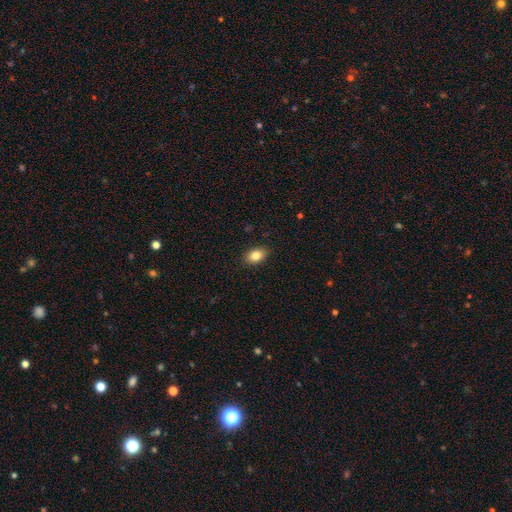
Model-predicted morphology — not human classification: A smooth galaxy with no disk features (84%) that is in between round and cigar-shaped (86%).

Vote fractions:
- Smooth or featured? smooth: 84% / star or artifact: 8% / featured or disk: 7%
- How rounded? in between: 86% / round: 13% / cigar-shaped: 2%
- Merging? none: 89% / minor disturbance: 8% / major disturbance: 2% / merger: 1%